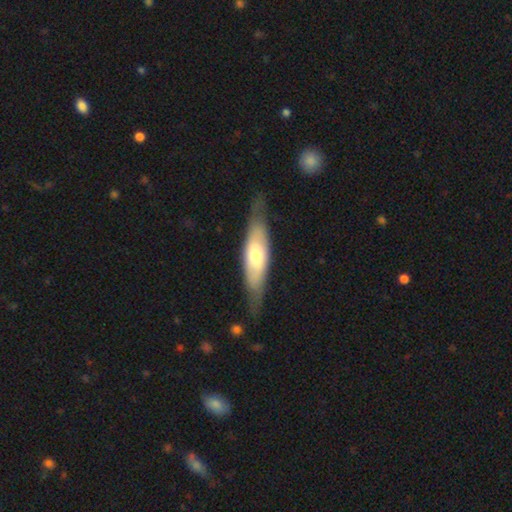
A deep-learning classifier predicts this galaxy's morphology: Smooth or featured? featured or disk (47%, tied with smooth)
Merging? none (71%)